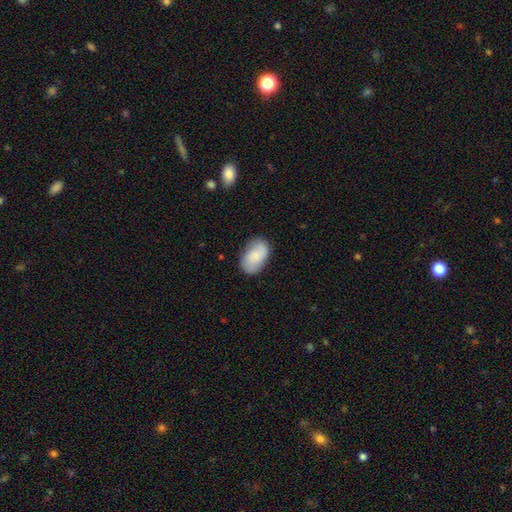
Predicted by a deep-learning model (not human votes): Overall: smooth (73%). How rounded: in between (91%). Merging: none (75%).